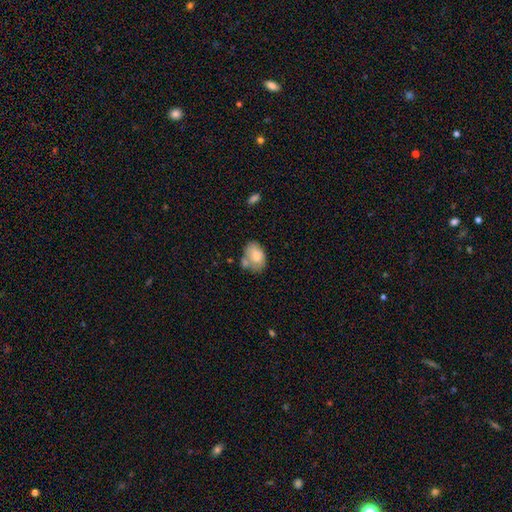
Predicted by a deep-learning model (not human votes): This appears to be a smooth galaxy with no disk features (74%) that is in between round and cigar-shaped (81%). Merging: none (41%).